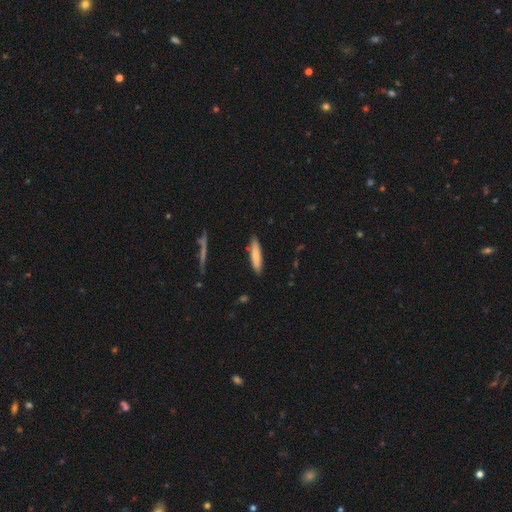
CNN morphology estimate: A smooth galaxy with no disk features (80%) that is cigar-shaped (77%). Merging: none (84%).